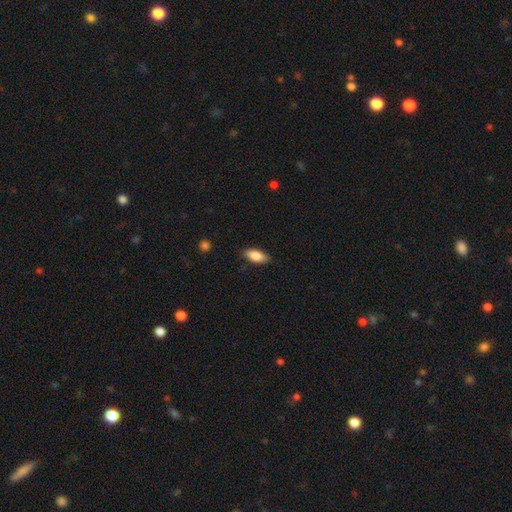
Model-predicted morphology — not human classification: Smooth or featured? smooth (83%)
How rounded? in between (86%)
Merging? none (86%)